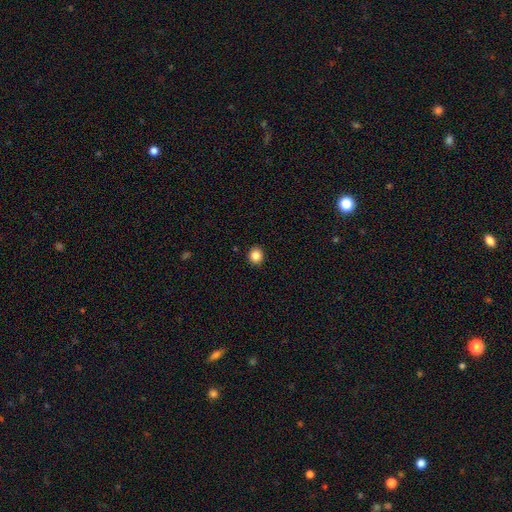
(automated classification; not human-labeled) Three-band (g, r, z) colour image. It shows a smooth galaxy with no disk features (85%) that is round (82%). Merging: none (92%).